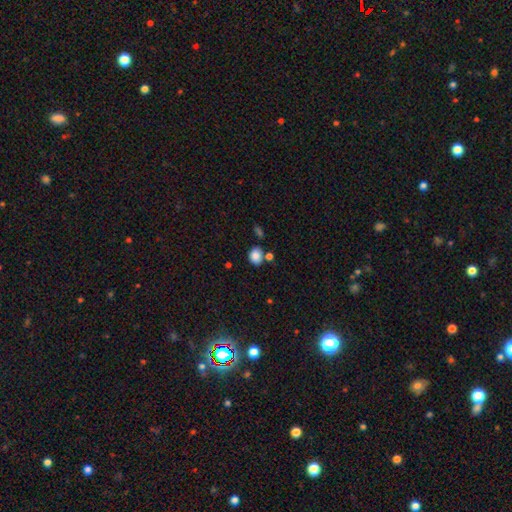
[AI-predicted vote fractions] Smooth or featured? smooth (85%)
How rounded? in between (52%)
Merging? none (68%)